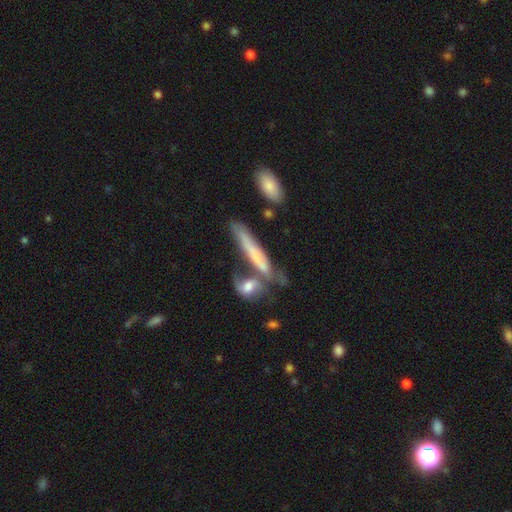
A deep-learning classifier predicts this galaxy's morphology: smooth_or_featured: smooth (p=0.49) [alt: featured or disk p=0.42]
merging: none (p=0.39) [alt: merger p=0.34]